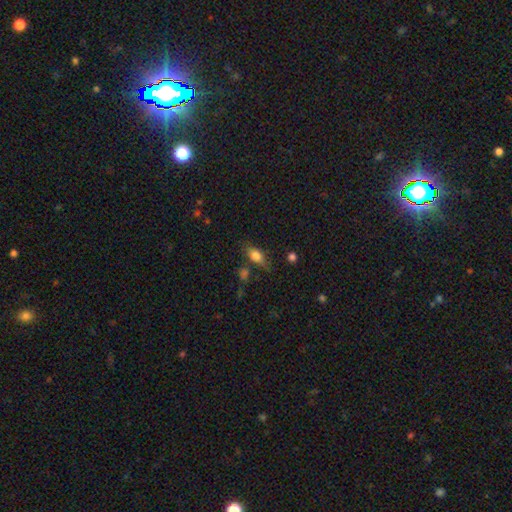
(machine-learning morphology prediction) type=smooth (75%); roundness=in between (79%); merging=none (65%).